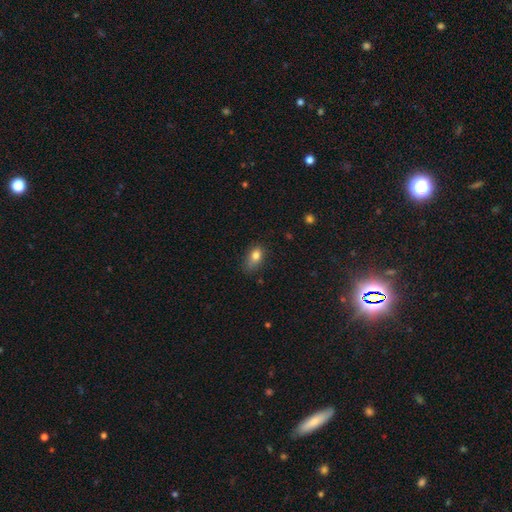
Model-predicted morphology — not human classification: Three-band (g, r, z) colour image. It shows a smooth galaxy with no disk features (80%) that is in between round and cigar-shaped (80%). Merging: none (58%).